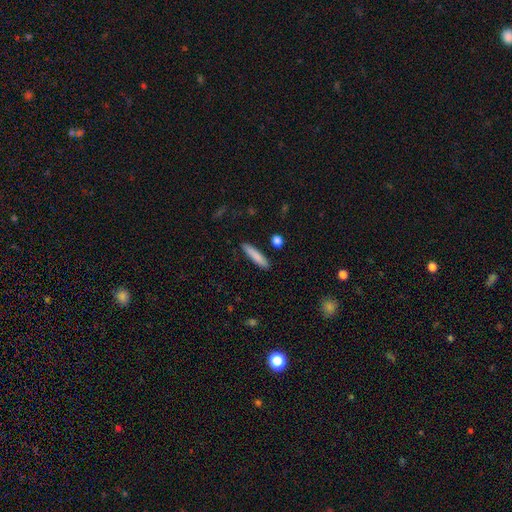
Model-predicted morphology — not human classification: The model was most divided on "smooth or featured": smooth: 83%, featured or disk: 11%, star or artifact: 6%. More confident: merging — none (89%); how rounded — cigar-shaped (88%).